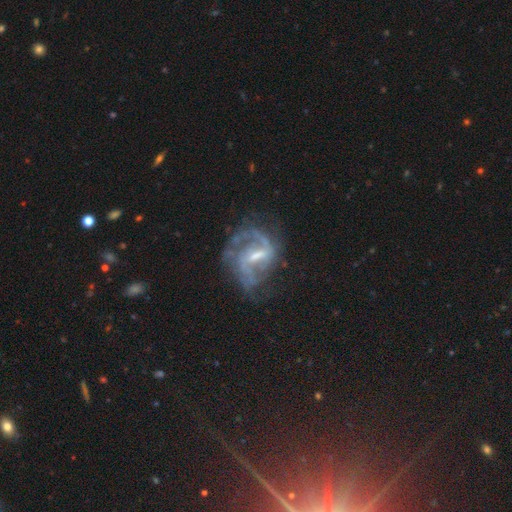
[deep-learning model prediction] Smooth or featured: featured or disk — 85% (star or artifact — 8%)
Edge-on disk: no — 97% (yes — 3%)
Bar: weak — 53% (strong — 32%)
Spiral arms: yes — 91% (no — 9%)
Spiral winding: medium — 49% (loose — 27%)
Spiral arm count: 2 — 56% (can't tell — 19%)
Bulge size: small — 46% (moderate — 40%)
Merging: none — 52% (major disturbance — 23%)